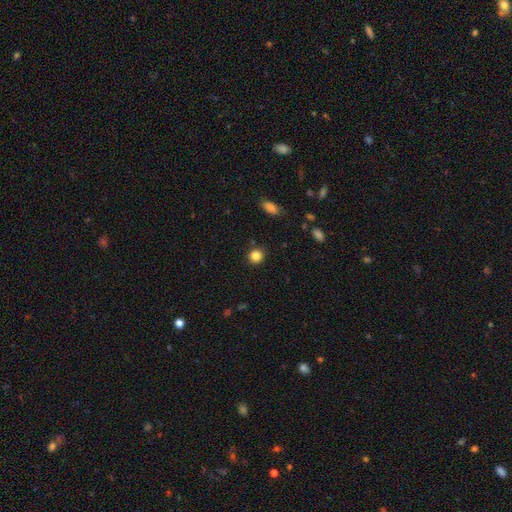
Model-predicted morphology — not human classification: Smooth or featured? smooth (84%)
How rounded? round (89%)
Merging? none (89%)